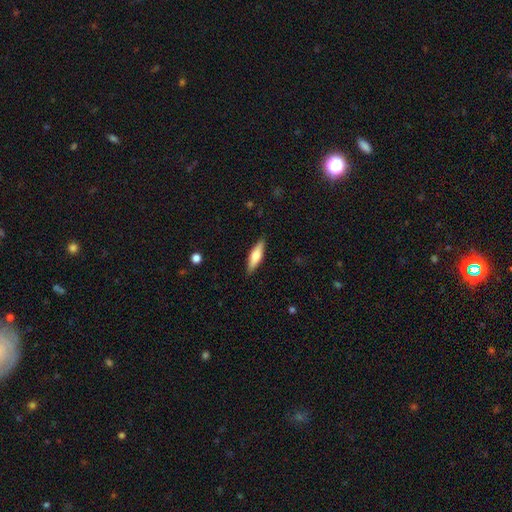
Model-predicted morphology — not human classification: Smooth or featured? Predicted: smooth (p=0.61). How rounded? Predicted: cigar-shaped (p=0.62). Merging? Predicted: none (p=0.89).